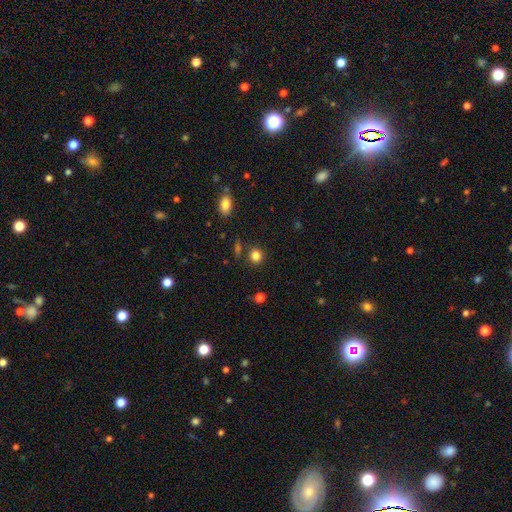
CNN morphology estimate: Smooth or featured?
  - smooth: 83% *
  - star or artifact: 12%
  - featured or disk: 5%
How rounded?
  - round: 86% *
  - in between: 13%
  - cigar-shaped: 1%
Merging?
  - none: 84% *
  - minor disturbance: 9%
  - merger: 4%
  - major disturbance: 3%